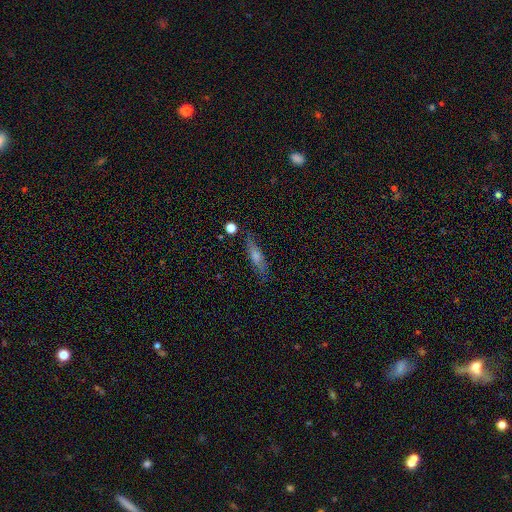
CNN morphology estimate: A featured or disk galaxy (48%).

Vote fractions:
- Smooth or featured? featured or disk: 48% / smooth: 40% / star or artifact: 12%
- Merging? none: 82% / minor disturbance: 13% / major disturbance: 3% / merger: 2%